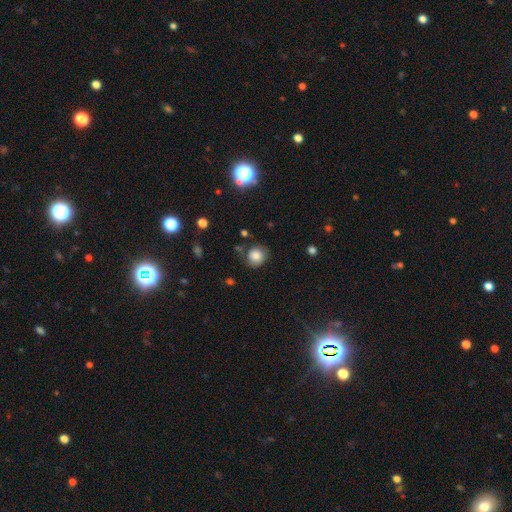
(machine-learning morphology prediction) This is likely a smooth galaxy (78%). How rounded: clearly round (84%). Merging: likely none (72%).